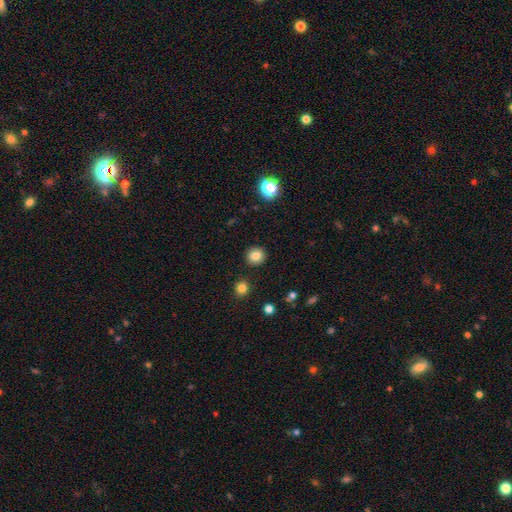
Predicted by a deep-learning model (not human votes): Smooth or featured?
  - smooth: 83% *
  - star or artifact: 11%
  - featured or disk: 6%
How rounded?
  - round: 90% *
  - in between: 9%
  - cigar-shaped: 1%
Merging?
  - none: 91% *
  - minor disturbance: 5%
  - major disturbance: 2%
  - merger: 2%